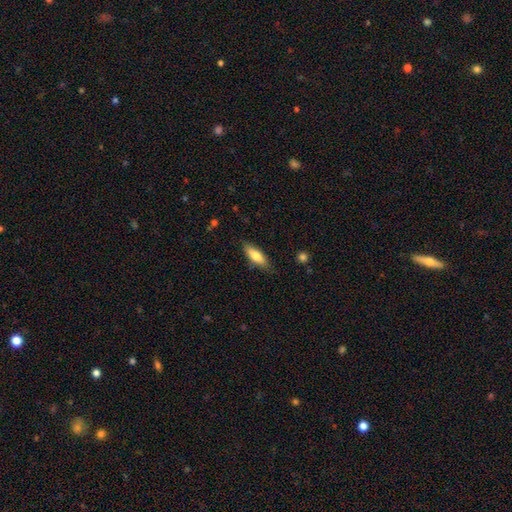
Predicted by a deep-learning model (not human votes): smooth-or-featured: smooth: 75% | featured or disk: 19% | star or artifact: 6%
  how-rounded: in between: 56% | cigar-shaped: 42% | round: 2%
  merging: none: 82% | minor disturbance: 14% | major disturbance: 3% | merger: 1%